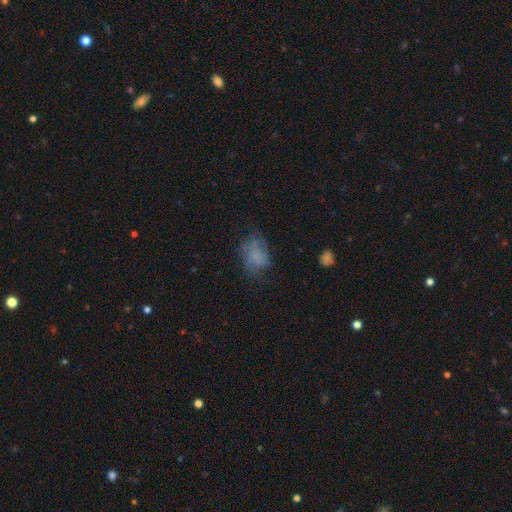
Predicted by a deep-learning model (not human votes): A smooth galaxy with no disk features (61%) that is in between round and cigar-shaped (72%). Merging: none (51%).